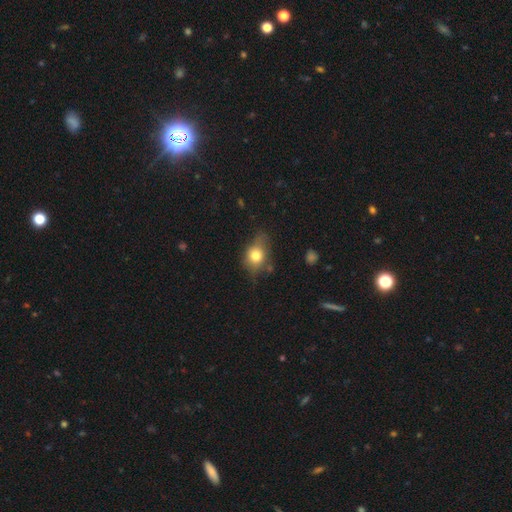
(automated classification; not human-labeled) smooth 74%, featured or disk 16%, star or artifact 10%. Down the decision tree: how rounded — in between (59%); merging — none (54%).